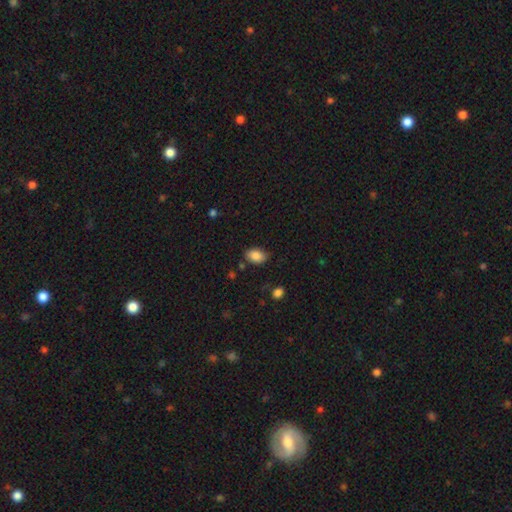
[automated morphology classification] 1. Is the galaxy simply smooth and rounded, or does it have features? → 86% smooth, 8% star or artifact, 6% featured or disk.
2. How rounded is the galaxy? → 85% in between, 13% round, 1% cigar-shaped.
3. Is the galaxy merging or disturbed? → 78% none, 16% minor disturbance, 3% major disturbance, 2% merger.